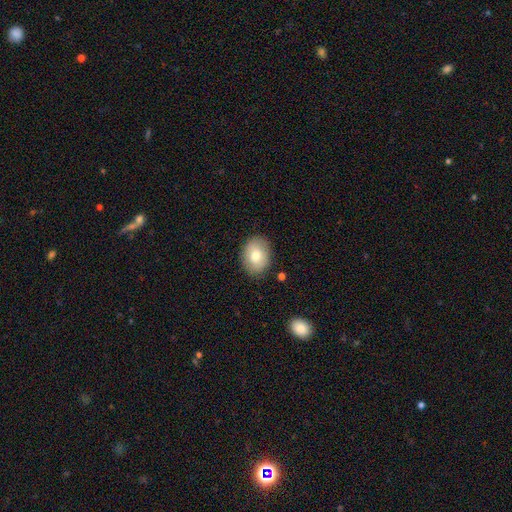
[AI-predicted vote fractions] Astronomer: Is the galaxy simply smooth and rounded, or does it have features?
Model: smooth — 75%.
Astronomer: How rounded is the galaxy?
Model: in between — 66%.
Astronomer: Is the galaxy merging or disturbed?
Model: none — 85%.